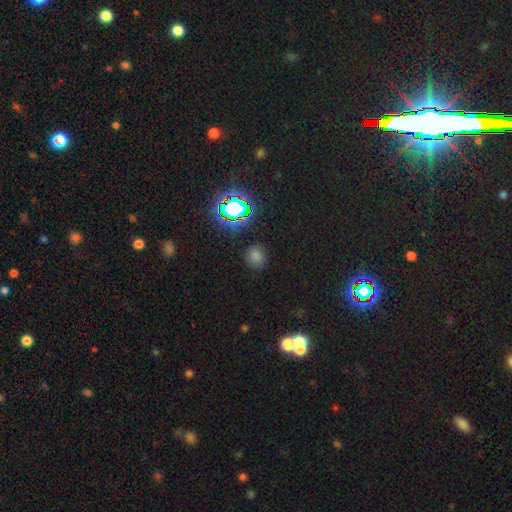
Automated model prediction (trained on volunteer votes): A smooth galaxy with no disk features (60%) that is round (82%). Merging: none (86%).